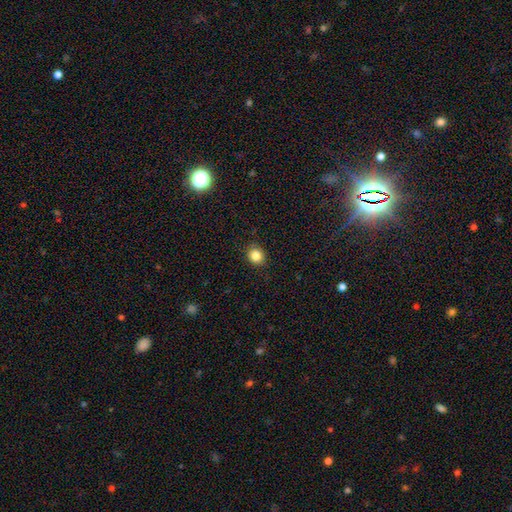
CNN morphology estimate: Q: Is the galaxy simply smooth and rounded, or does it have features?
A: smooth — 84%.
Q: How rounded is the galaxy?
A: round — 76%.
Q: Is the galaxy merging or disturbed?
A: none — 89%.